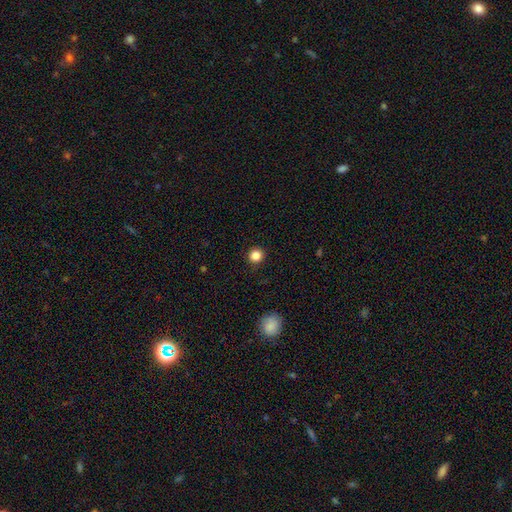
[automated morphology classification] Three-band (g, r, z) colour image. It shows a smooth galaxy with no disk features (85%) that is round (92%). Merging: none (91%).